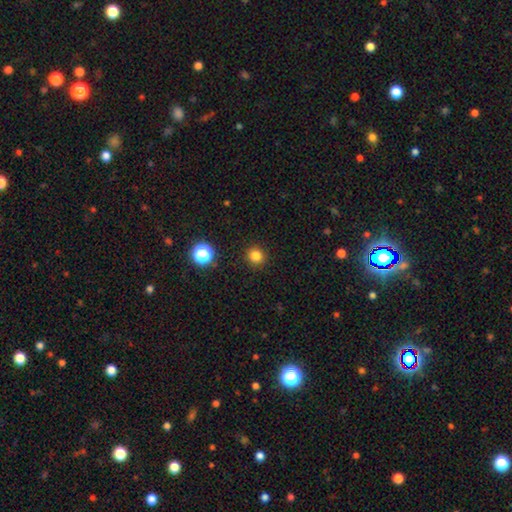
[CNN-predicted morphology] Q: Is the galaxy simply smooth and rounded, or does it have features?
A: smooth — 81%.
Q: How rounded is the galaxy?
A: round — 92%.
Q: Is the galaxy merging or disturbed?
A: none — 92%.